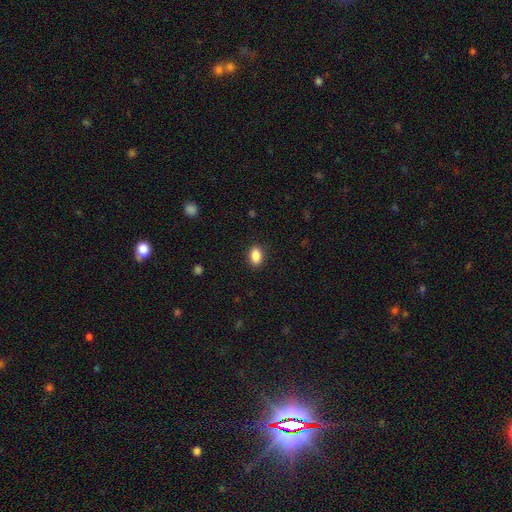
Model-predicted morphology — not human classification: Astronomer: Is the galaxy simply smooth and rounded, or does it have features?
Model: smooth — 88%.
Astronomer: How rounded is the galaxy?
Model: in between — 87%.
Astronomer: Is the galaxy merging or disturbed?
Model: none — 89%.